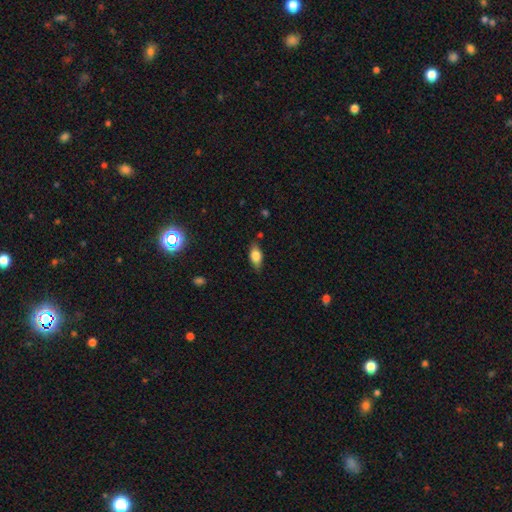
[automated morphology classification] Smooth or featured? smooth (75%)
How rounded? in between (86%)
Merging? none (79%)